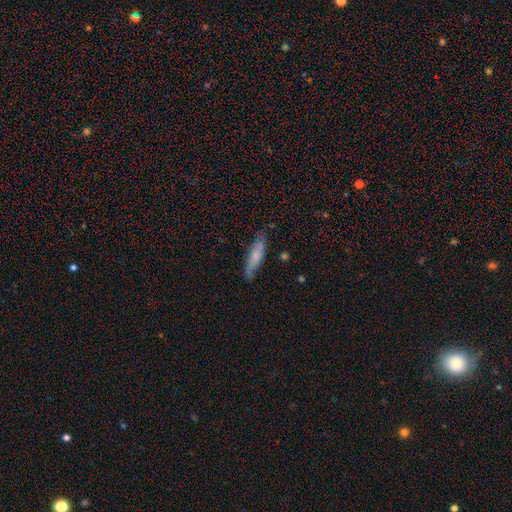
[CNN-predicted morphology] Smooth or featured?
  - smooth: 55% *
  - featured or disk: 38%
  - star or artifact: 7%
How rounded?
  - cigar-shaped: 75% *
  - in between: 23%
  - round: 2%
Merging?
  - none: 70% *
  - minor disturbance: 22%
  - major disturbance: 5%
  - merger: 2%